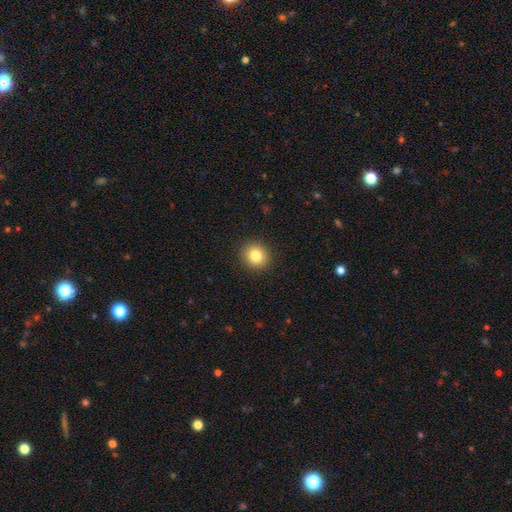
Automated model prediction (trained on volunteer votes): A smooth galaxy with no disk features (84%) that is round (84%). Merging: none (91%).